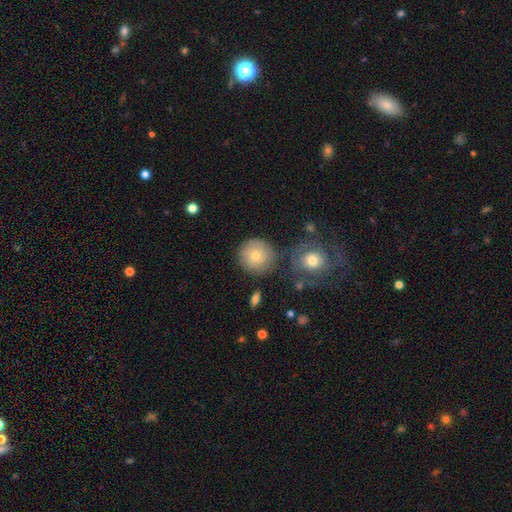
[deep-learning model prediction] smooth-or-featured: smooth: 65% | featured or disk: 25% | star or artifact: 10%
  how-rounded: round: 93% | in between: 6% | cigar-shaped: 1%
  merging: none: 77% | minor disturbance: 12% | merger: 7% | major disturbance: 4%